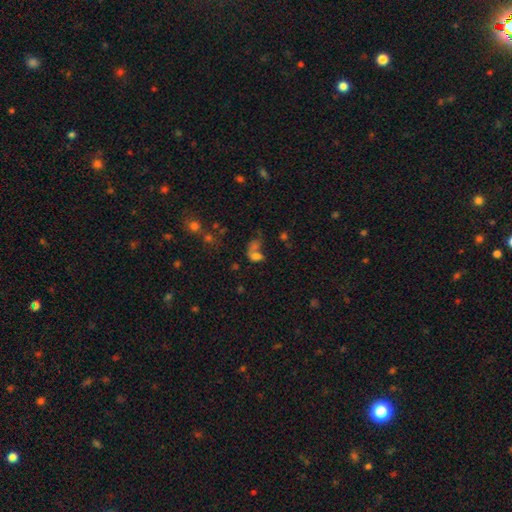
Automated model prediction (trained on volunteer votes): Smooth or featured?
  - smooth: 60% *
  - star or artifact: 21%
  - featured or disk: 20%
How rounded?
  - in between: 78% *
  - round: 18%
  - cigar-shaped: 4%
Merging?
  - merger: 46% *
  - none: 23%
  - major disturbance: 20%
  - minor disturbance: 11%